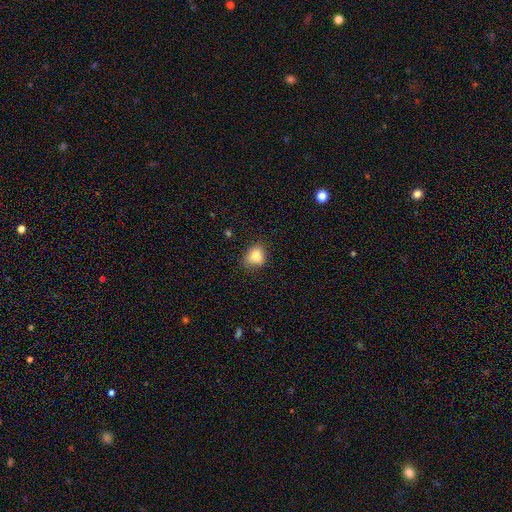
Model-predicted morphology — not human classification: smooth_or_featured: smooth (p=0.82) [alt: star or artifact p=0.10]
how_rounded: in between (p=0.57) [alt: round p=0.42]
merging: none (p=0.69) [alt: minor disturbance p=0.24]